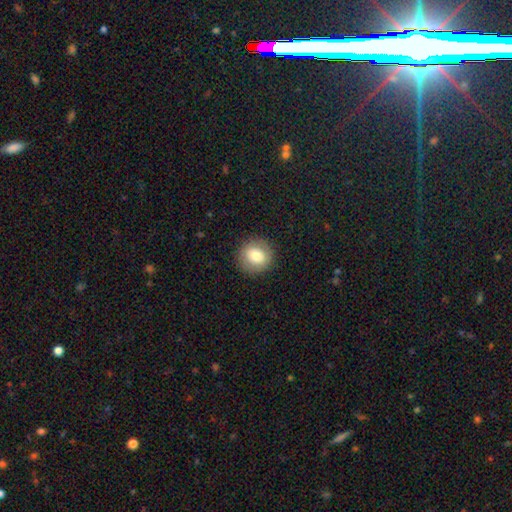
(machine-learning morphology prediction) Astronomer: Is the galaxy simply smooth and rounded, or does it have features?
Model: smooth — 77%.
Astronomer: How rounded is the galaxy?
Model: round — 88%.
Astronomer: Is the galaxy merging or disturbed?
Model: none — 89%.